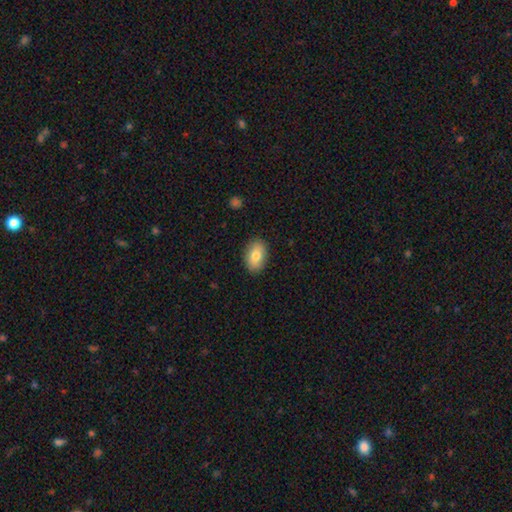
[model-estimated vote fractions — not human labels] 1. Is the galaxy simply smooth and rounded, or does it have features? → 80% smooth, 13% featured or disk, 7% star or artifact.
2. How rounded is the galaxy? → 88% in between, 10% round, 2% cigar-shaped.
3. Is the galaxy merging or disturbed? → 89% none, 8% minor disturbance, 2% major disturbance, 1% merger.